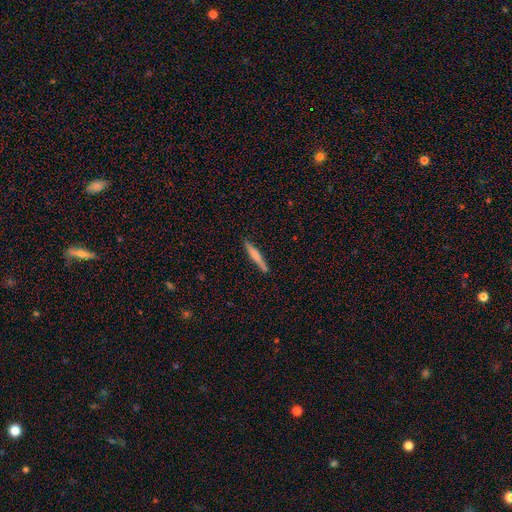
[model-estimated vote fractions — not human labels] Smooth or featured?
  - smooth: 59% *
  - featured or disk: 35%
  - star or artifact: 6%
How rounded?
  - cigar-shaped: 95% *
  - in between: 4%
  - round: 1%
Merging?
  - none: 89% *
  - minor disturbance: 8%
  - major disturbance: 2%
  - merger: 1%